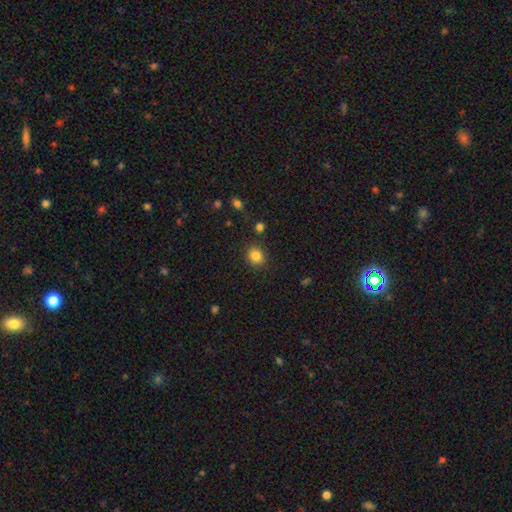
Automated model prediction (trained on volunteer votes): A smooth galaxy with no disk features (83%) that is round (80%). Merging: none (85%).